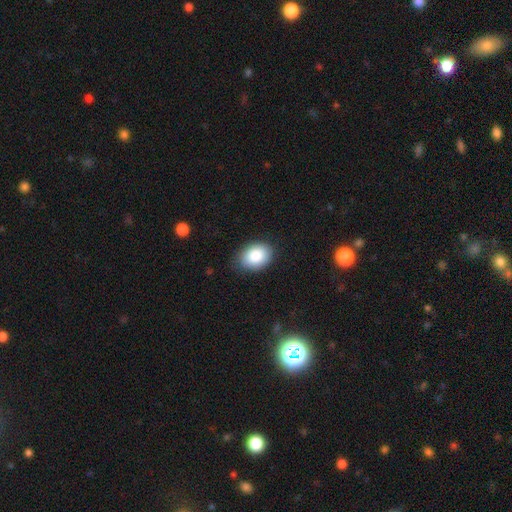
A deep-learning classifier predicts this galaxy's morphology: smooth-or-featured: smooth: 86% | star or artifact: 7% | featured or disk: 7%
  how-rounded: in between: 78% | round: 21% | cigar-shaped: 1%
  merging: none: 83% | minor disturbance: 13% | major disturbance: 3% | merger: 1%